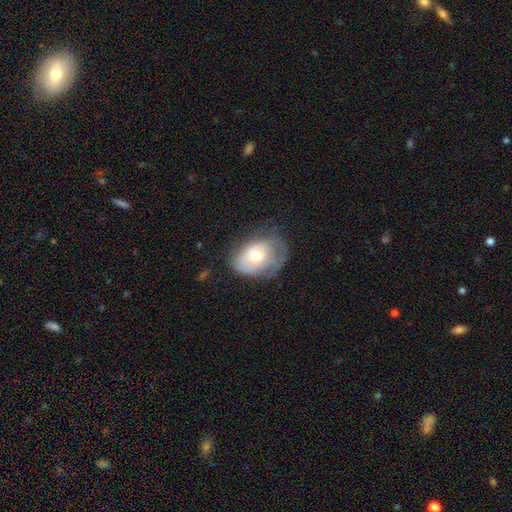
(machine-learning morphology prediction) Q: Smooth or featured?
A: smooth (53%); runner-up: featured or disk (39%)
Q: How rounded?
A: in between (68%); runner-up: round (31%)
Q: Merging?
A: none (43%); runner-up: minor disturbance (33%)